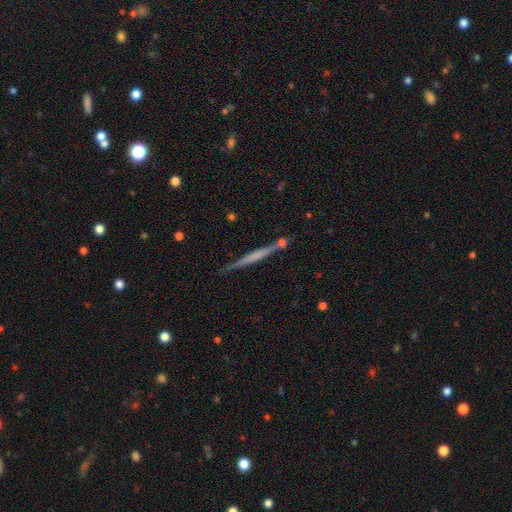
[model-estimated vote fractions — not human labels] Overall: featured or disk (57%; smooth 37%). Edge-on disk: yes (97%). Edge-on bulge: none (76%). Merging: none (83%).